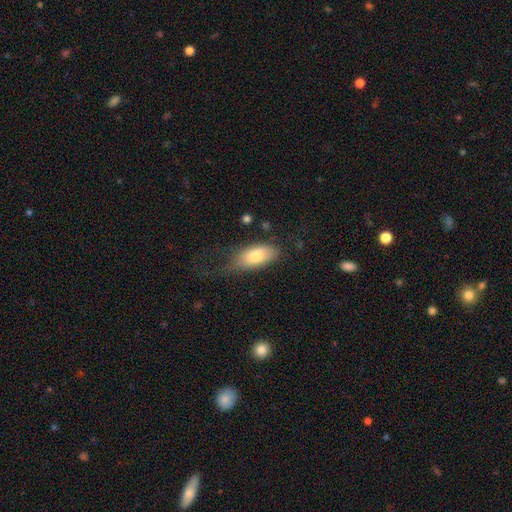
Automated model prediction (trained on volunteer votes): smooth 75%, featured or disk 17%, star or artifact 7%. Down the decision tree: how rounded — in between (89%); merging — none (48%).